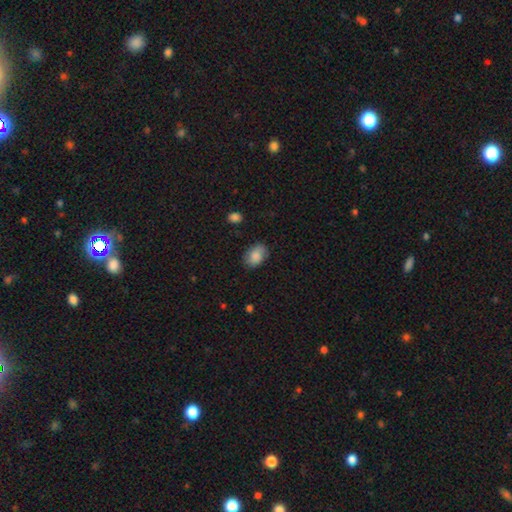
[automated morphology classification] smooth-or-featured: smooth: 83% | featured or disk: 9% | star or artifact: 7%
  how-rounded: in between: 83% | round: 16% | cigar-shaped: 1%
  merging: none: 79% | minor disturbance: 16% | major disturbance: 4% | merger: 1%